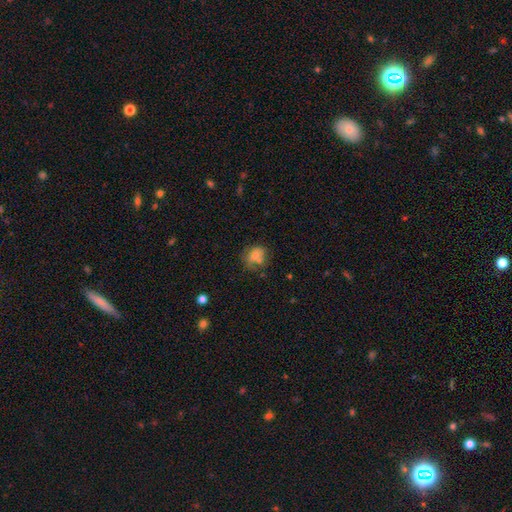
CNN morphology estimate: Overall: smooth (67%). How rounded: round (49%, tied with in between). Merging: none (42%; minor disturbance 26%).